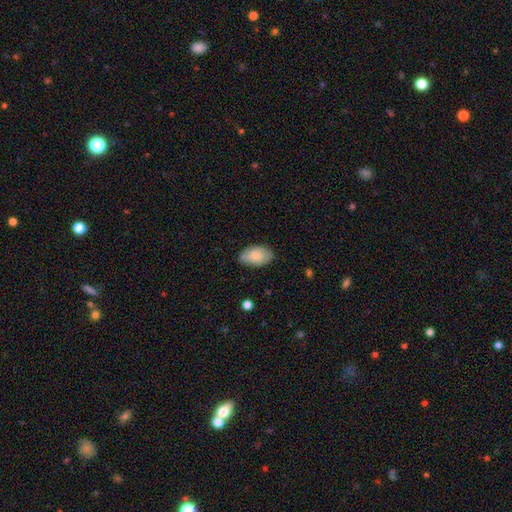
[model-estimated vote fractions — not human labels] smooth_or_featured: smooth (p=0.80) [alt: featured or disk p=0.13]
how_rounded: in between (p=0.92) [alt: round p=0.07]
merging: none (p=0.74) [alt: minor disturbance p=0.21]